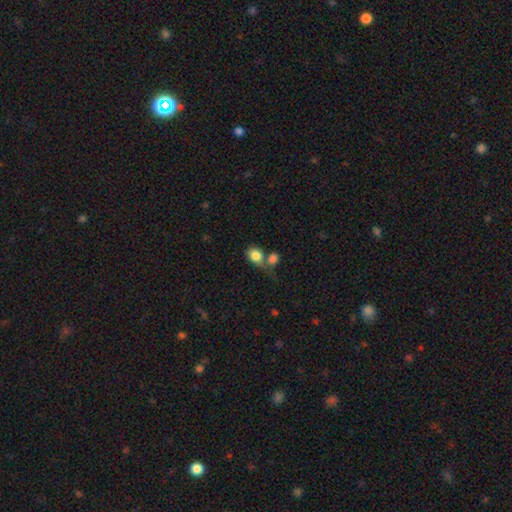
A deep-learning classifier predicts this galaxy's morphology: The model was most divided on "how rounded": in between: 56%, round: 43%, cigar-shaped: 1%. Remaining: smooth or featured — smooth (83%); merging — merger (48%).